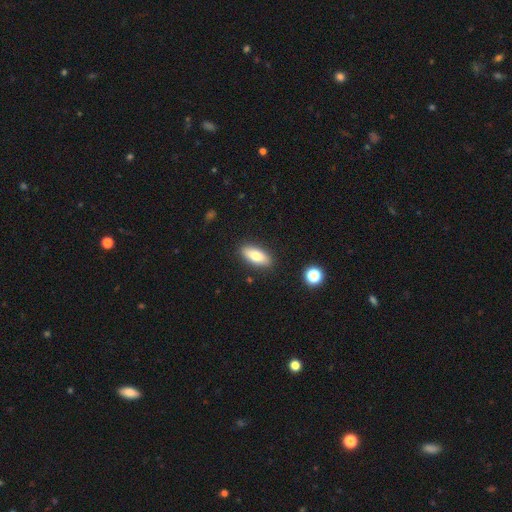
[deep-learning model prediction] Morphology: type=smooth (77%); roundness=in between (80%); merging=none (88%).